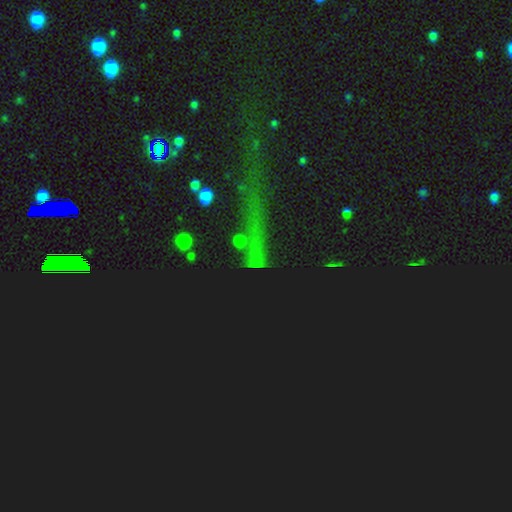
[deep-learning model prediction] smooth_or_featured: star or artifact (p=0.58) [alt: smooth p=0.28]